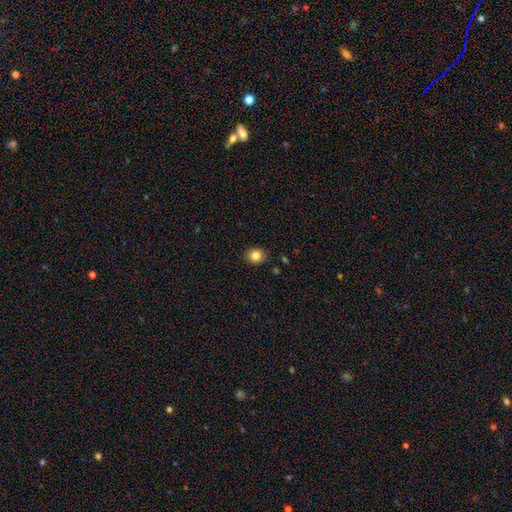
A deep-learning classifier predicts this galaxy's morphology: smooth 83%, star or artifact 10%, featured or disk 7%. Down the decision tree: how rounded — round (69%); merging — none (89%).